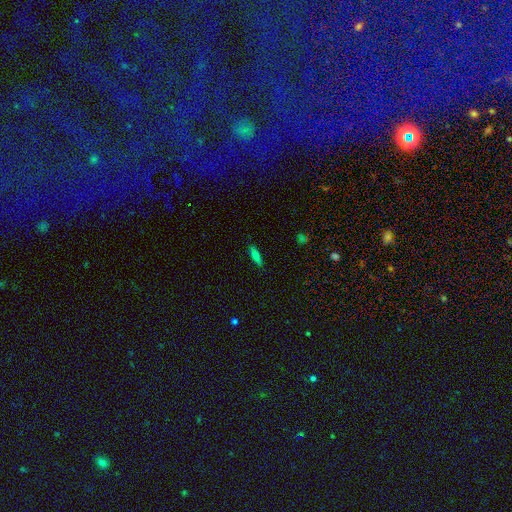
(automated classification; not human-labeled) Q: Smooth or featured?
A: smooth (63%); runner-up: featured or disk (27%)
Q: How rounded?
A: cigar-shaped (63%); runner-up: in between (34%)
Q: Merging?
A: none (86%); runner-up: minor disturbance (10%)